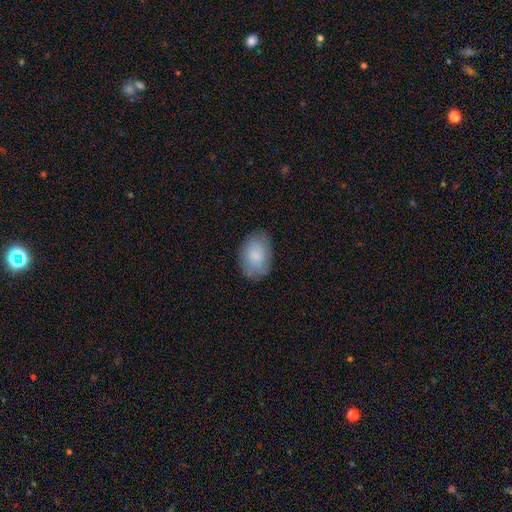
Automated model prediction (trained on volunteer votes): A smooth galaxy with no disk features (81%) that is in between round and cigar-shaped (86%). Merging: none (79%).